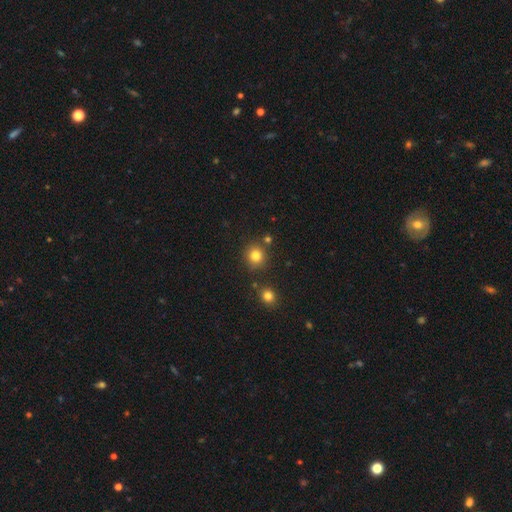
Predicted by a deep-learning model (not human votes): Smooth or featured: smooth — 81% (star or artifact — 13%)
How rounded: round — 89% (in between — 11%)
Merging: none — 81% (minor disturbance — 9%)